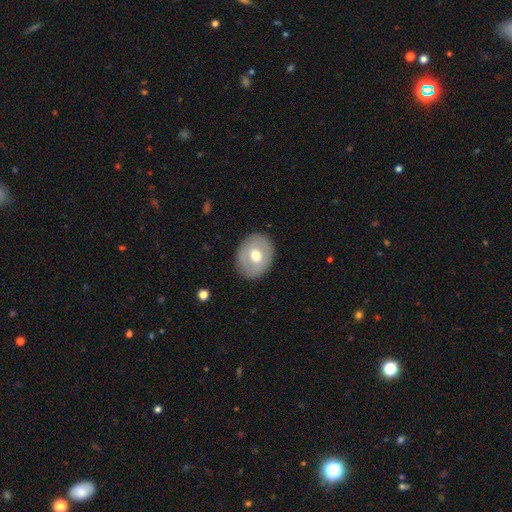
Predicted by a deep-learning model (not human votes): This is possibly a smooth galaxy (56%). How rounded: possibly round (51%). Merging: clearly none (86%).